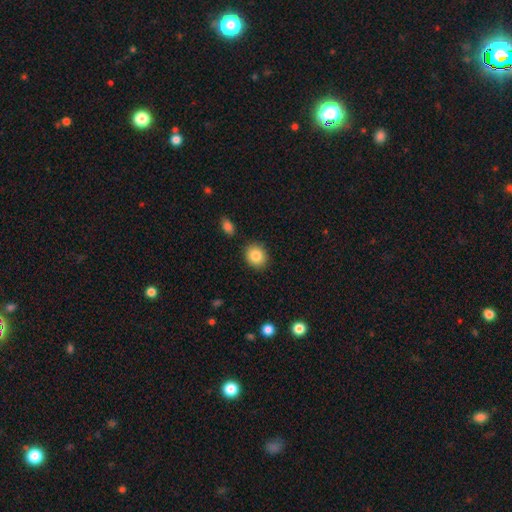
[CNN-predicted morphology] This is clearly a smooth galaxy (85%). How rounded: likely round (68%). Merging: clearly none (87%).